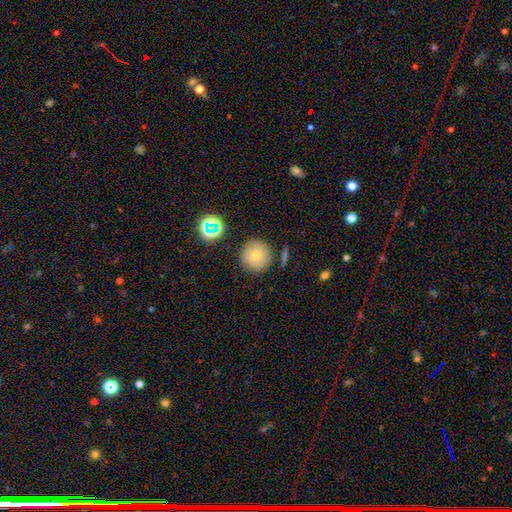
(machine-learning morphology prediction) Overall: smooth (62%; featured or disk 25%). How rounded: round (95%). Merging: none (83%).